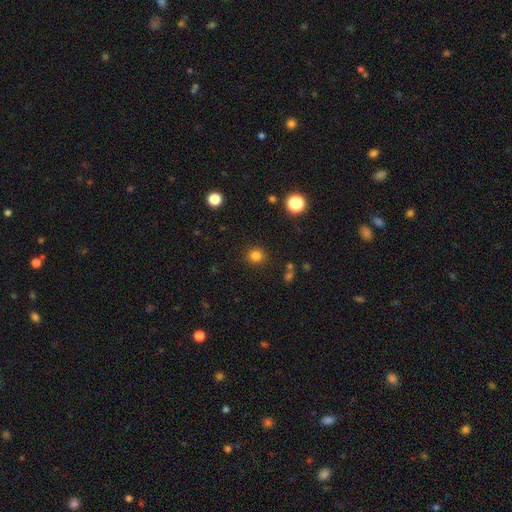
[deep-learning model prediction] Smooth or featured? Predicted: smooth (p=0.82). How rounded? Predicted: round (p=0.88). Merging? Predicted: none (p=0.89).